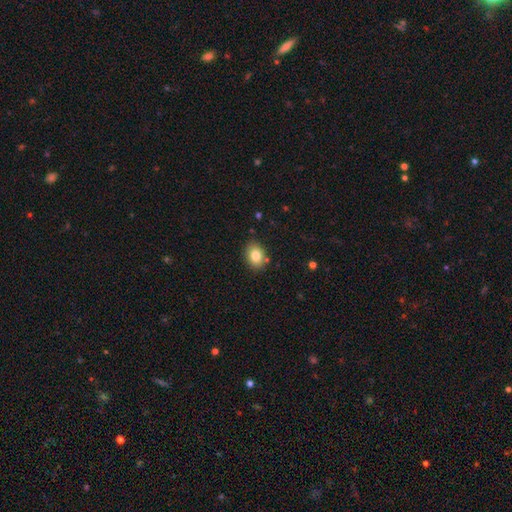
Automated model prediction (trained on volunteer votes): Q: Smooth or featured?
A: smooth (81%); runner-up: star or artifact (10%)
Q: How rounded?
A: in between (59%); runner-up: round (40%)
Q: Merging?
A: none (84%); runner-up: minor disturbance (11%)